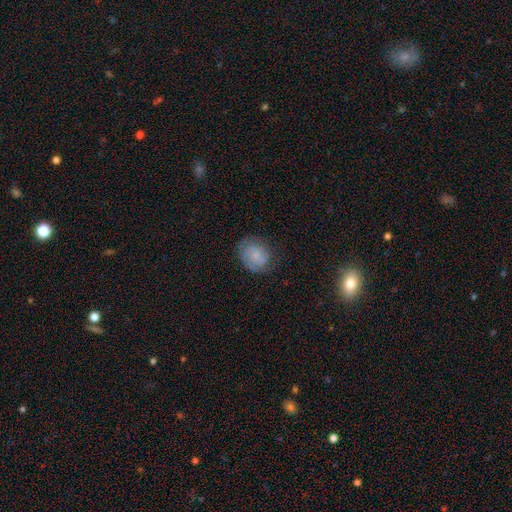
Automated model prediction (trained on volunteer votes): Smooth or featured?
  - smooth: 48% *
  - featured or disk: 43%
  - star or artifact: 9%
Merging?
  - none: 70% *
  - minor disturbance: 20%
  - major disturbance: 9%
  - merger: 1%